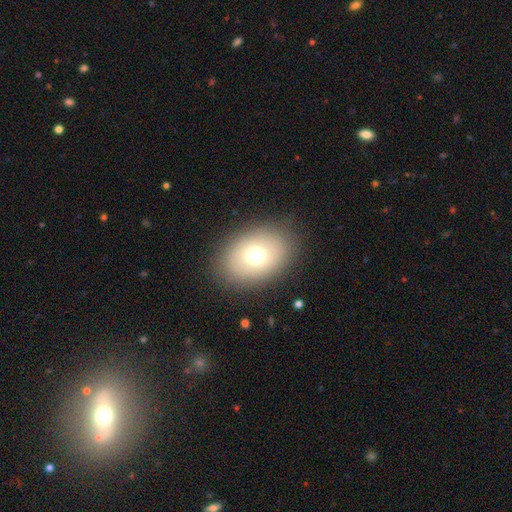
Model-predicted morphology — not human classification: Q: Smooth or featured?
A: smooth (70%); runner-up: featured or disk (18%)
Q: How rounded?
A: in between (73%); runner-up: round (26%)
Q: Merging?
A: none (85%); runner-up: minor disturbance (9%)